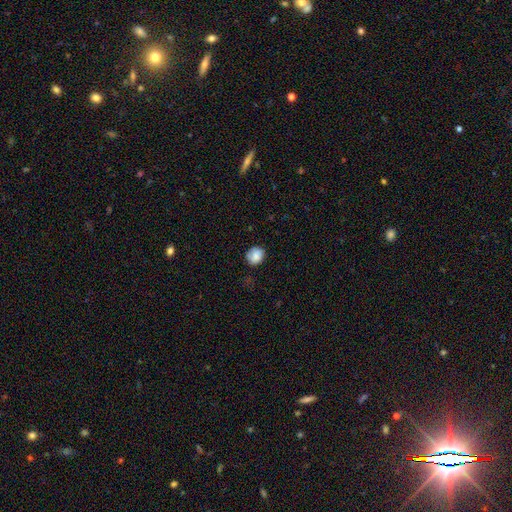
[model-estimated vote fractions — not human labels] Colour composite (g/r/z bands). It shows a smooth galaxy with no disk features (82%) that is round (68%). Merging: none (72%).